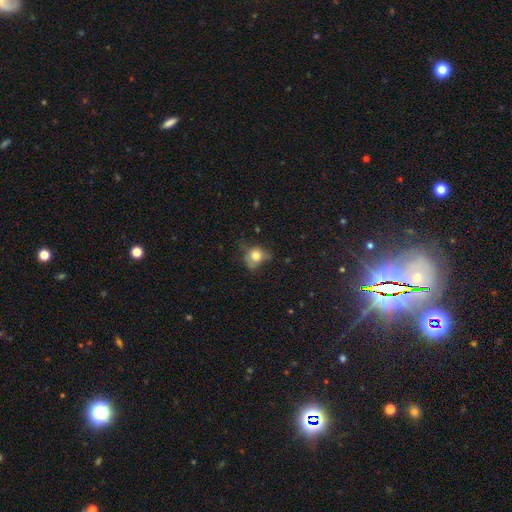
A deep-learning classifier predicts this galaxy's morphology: The model was most divided on "merging": none: 39%, minor disturbance: 34%, major disturbance: 23%, merger: 4%. More confident: smooth or featured — smooth (74%); how rounded — round (61%).